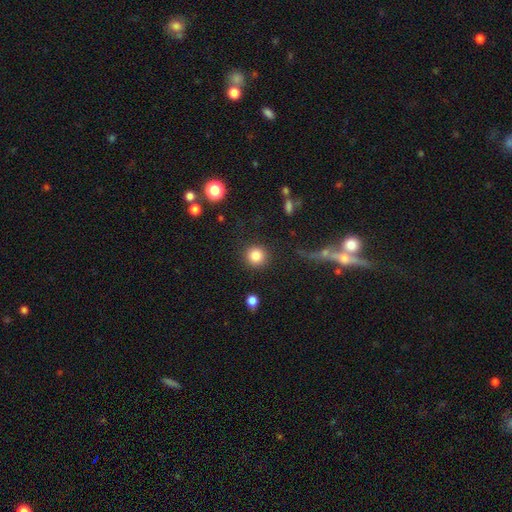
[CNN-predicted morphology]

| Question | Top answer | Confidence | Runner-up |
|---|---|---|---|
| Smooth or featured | smooth | 85% | star or artifact (9%) |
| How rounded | round | 93% | in between (6%) |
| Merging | none | 88% | minor disturbance (6%) |